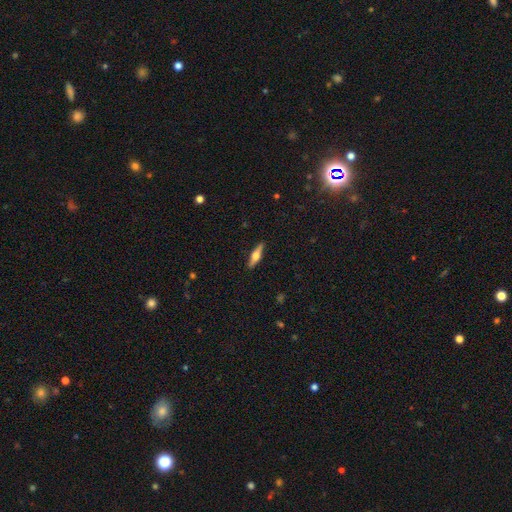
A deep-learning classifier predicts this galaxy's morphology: smooth-or-featured: featured or disk: 56% | smooth: 39% | star or artifact: 6%
  disk-edge-on: yes: 95% | no: 5%
    edge-on-bulge: rounded: 94% | boxy: 4% | none: 2%
  merging: none: 90% | minor disturbance: 7% | major disturbance: 2% | merger: 1%